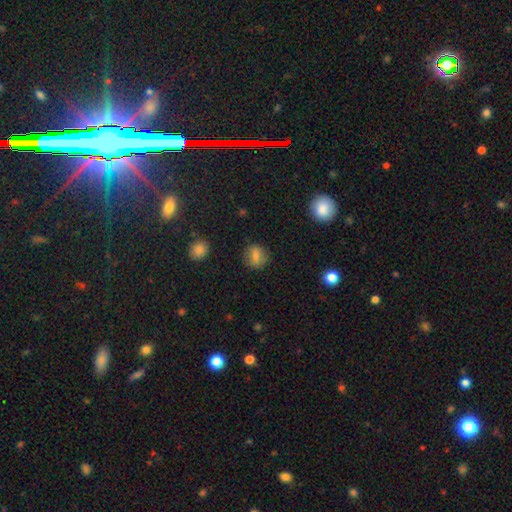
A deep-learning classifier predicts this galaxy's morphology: type=smooth (72%); roundness=round (80%); merging=none (86%).